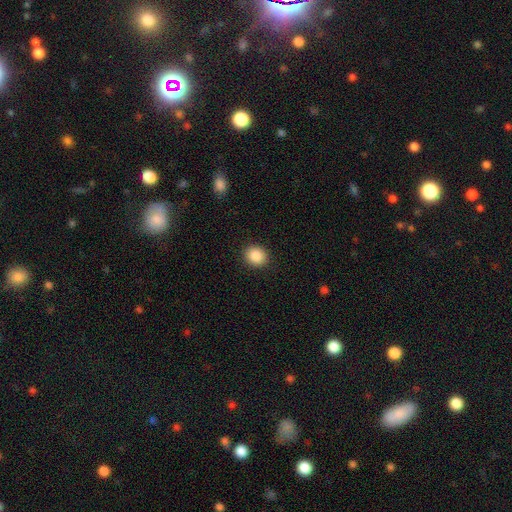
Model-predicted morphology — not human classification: This is clearly a smooth galaxy (88%). How rounded: likely round (76%). Merging: clearly none (90%).